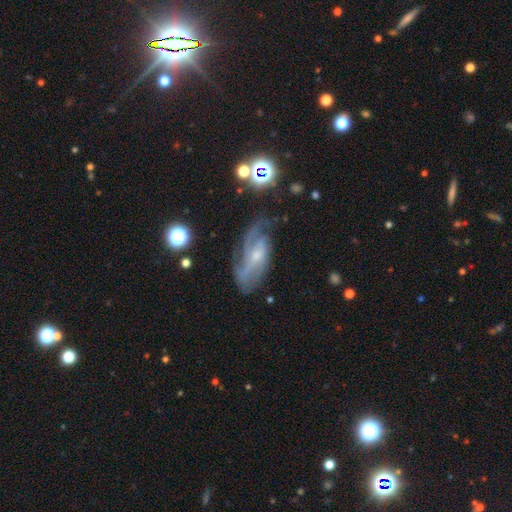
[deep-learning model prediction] Smooth or featured: featured or disk — 78% (smooth — 14%)
Edge-on disk: no — 92% (yes — 8%)
Bar: no — 50% (weak — 39%)
Spiral arms: yes — 91% (no — 9%)
Spiral winding: medium — 44% (tight — 32%)
Spiral arm count: 2 — 37% (can't tell — 31%)
Bulge size: small — 64% (moderate — 27%)
Merging: none — 56% (minor disturbance — 24%)